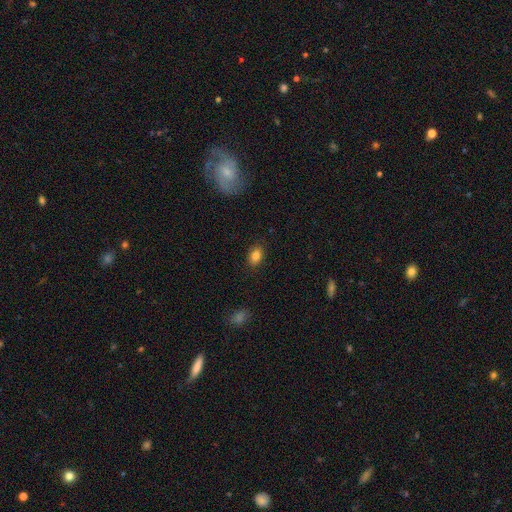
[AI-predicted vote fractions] Smooth or featured? smooth (84%)
How rounded? in between (85%)
Merging? none (86%)